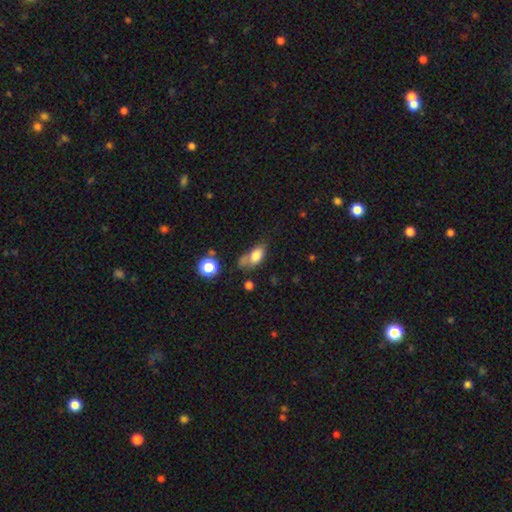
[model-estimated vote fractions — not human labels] A smooth galaxy with no disk features (77%) that is in between round and cigar-shaped (85%). Merging: none (38%).